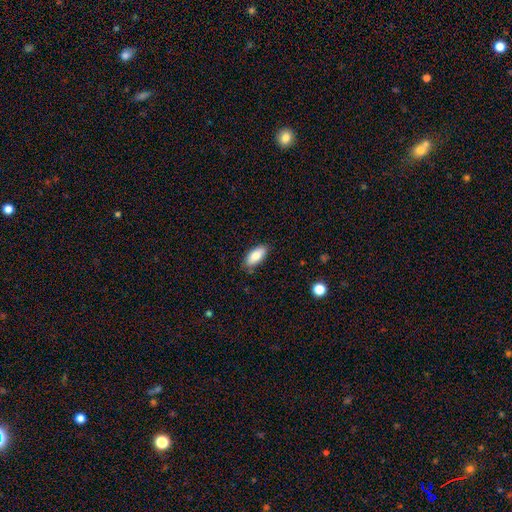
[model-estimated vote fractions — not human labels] This is clearly a smooth galaxy (81%). How rounded: clearly in between (87%). Merging: clearly none (83%).